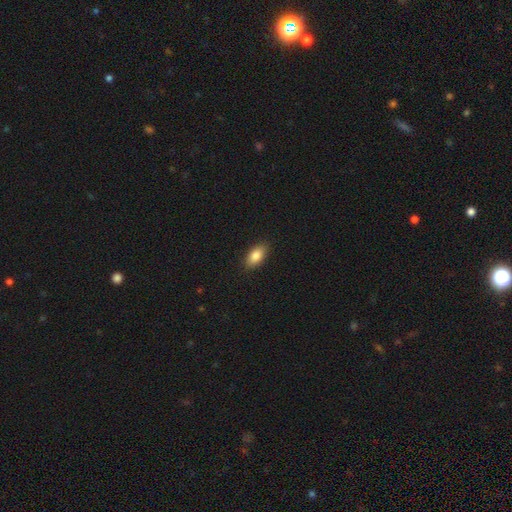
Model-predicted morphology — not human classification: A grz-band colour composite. It shows a smooth galaxy with no disk features (84%) that is in between round and cigar-shaped (90%). Merging: none (88%).